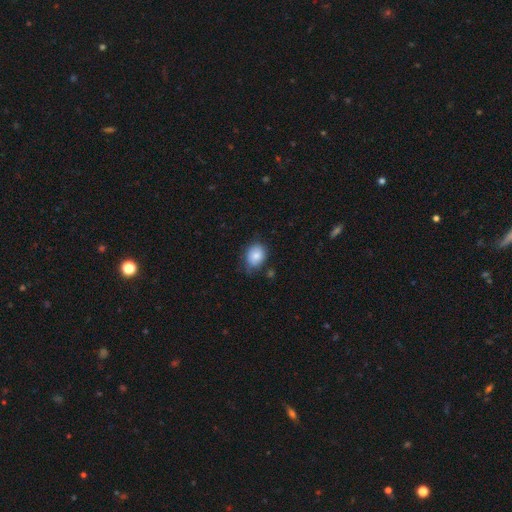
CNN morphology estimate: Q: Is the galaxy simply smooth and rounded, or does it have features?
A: smooth — 83%.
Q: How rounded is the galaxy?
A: in between — 54%.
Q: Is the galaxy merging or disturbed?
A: none — 68%.